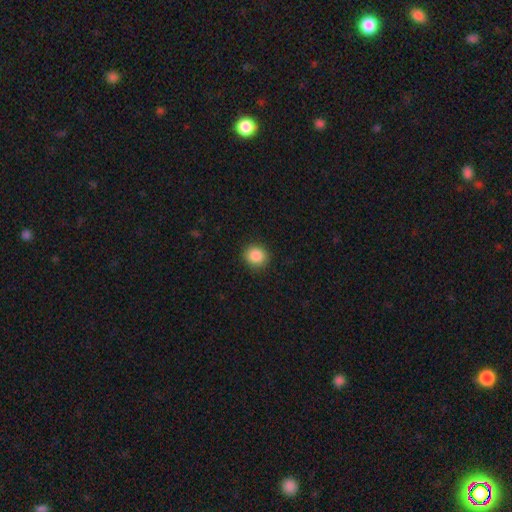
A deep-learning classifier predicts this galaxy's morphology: A smooth galaxy with no disk features (87%) that is round (83%). Merging: none (91%).